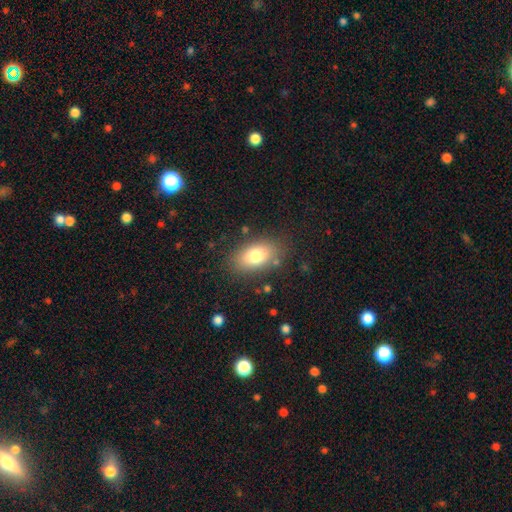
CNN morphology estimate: This is likely a smooth galaxy (77%). How rounded: clearly in between (89%). Merging: clearly none (81%).